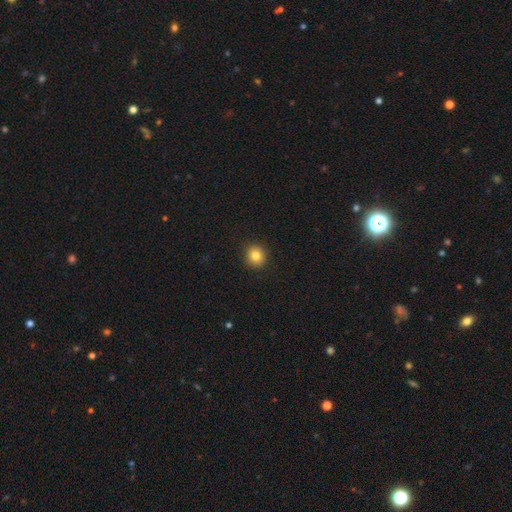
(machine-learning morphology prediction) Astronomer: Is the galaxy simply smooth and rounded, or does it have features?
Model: smooth — 83%.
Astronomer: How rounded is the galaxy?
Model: round — 89%.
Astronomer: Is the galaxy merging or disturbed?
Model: none — 92%.